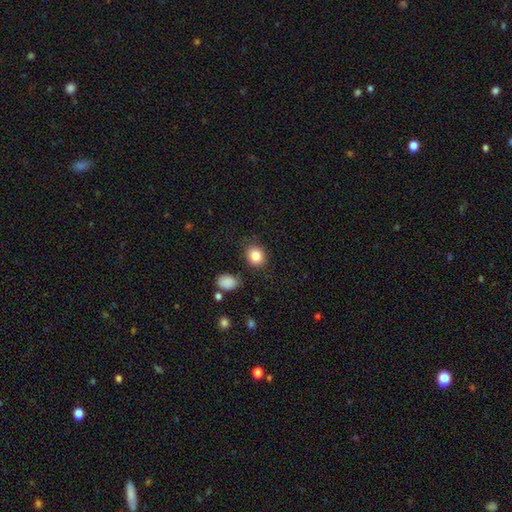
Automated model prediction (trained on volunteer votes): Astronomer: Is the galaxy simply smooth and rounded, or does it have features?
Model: smooth — 85%.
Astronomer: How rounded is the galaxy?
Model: round — 60% (runner-up: in between, 39%).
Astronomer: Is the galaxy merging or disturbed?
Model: none — 82%.